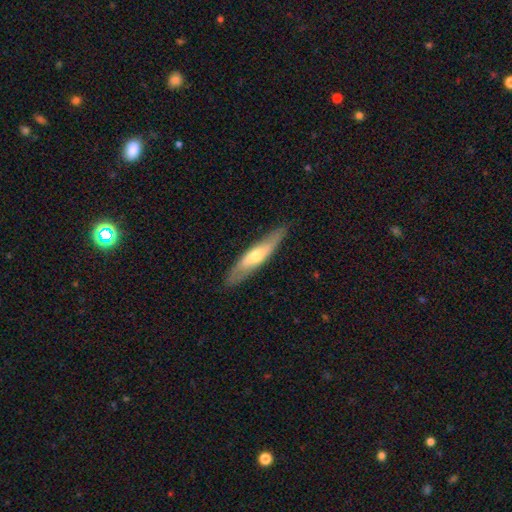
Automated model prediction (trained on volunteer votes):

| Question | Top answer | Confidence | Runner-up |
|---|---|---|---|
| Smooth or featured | featured or disk | 49% | smooth (46%) |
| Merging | none | 85% | minor disturbance (12%) |